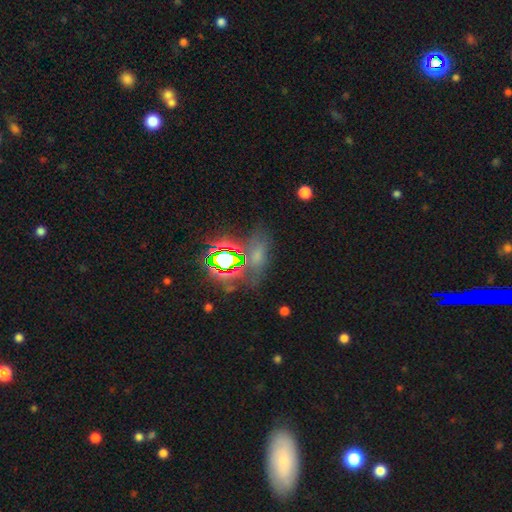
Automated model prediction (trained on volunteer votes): A star or artifact, not a galaxy (43%).